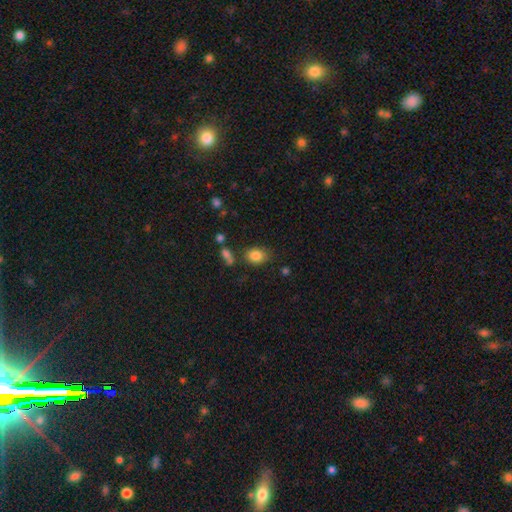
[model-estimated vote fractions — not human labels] This appears to be a smooth galaxy with no disk features (84%) that is in between round and cigar-shaped (62%). Merging: none (72%).